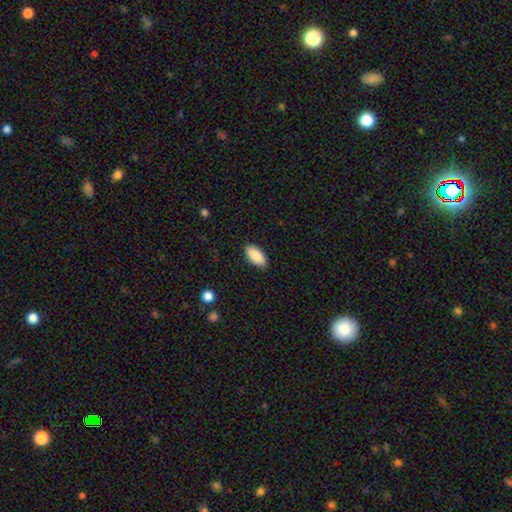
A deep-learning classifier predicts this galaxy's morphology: The model was most divided on "merging": none: 88%, minor disturbance: 9%, major disturbance: 2%, merger: 1%. More confident: how rounded — in between (93%); smooth or featured — smooth (89%).